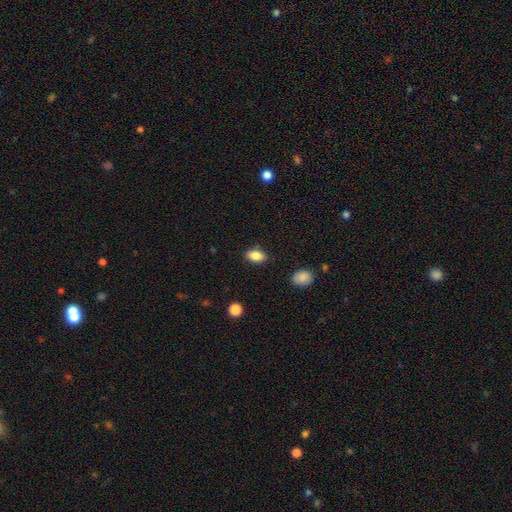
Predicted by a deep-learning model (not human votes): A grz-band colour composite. It shows a smooth galaxy with no disk features (86%) that is in between round and cigar-shaped (87%). Merging: none (86%).